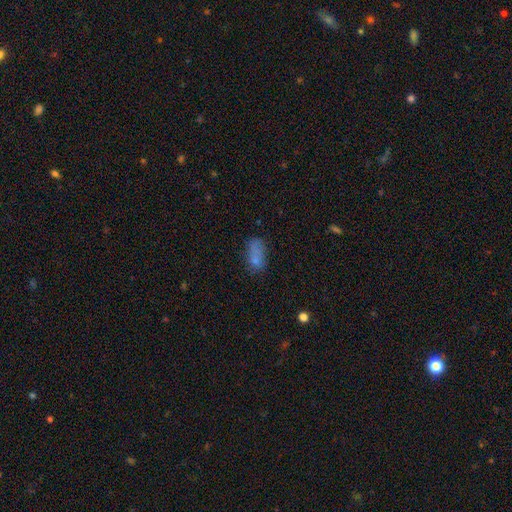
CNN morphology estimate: This is likely a smooth galaxy (70%). How rounded: clearly in between (85%). Merging: possibly none (46%).